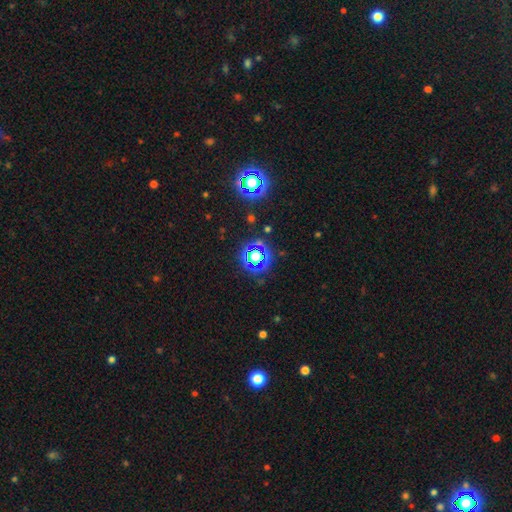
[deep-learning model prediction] Smooth or featured?
  - star or artifact: 65% *
  - smooth: 24%
  - featured or disk: 11%